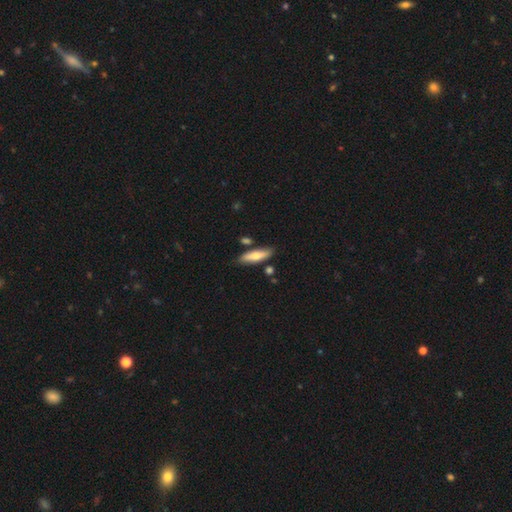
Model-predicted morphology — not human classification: Overall: smooth (66%; featured or disk 29%). How rounded: cigar-shaped (58%; in between 40%). Merging: none (79%).